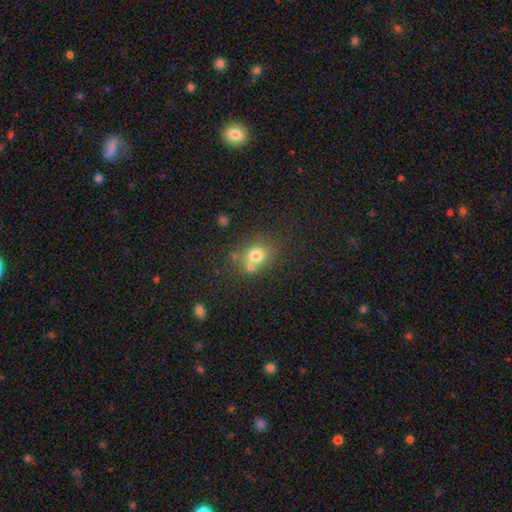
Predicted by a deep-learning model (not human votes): This appears to be a smooth galaxy with no disk features (74%) that is round (69%). Merging: none (55%).